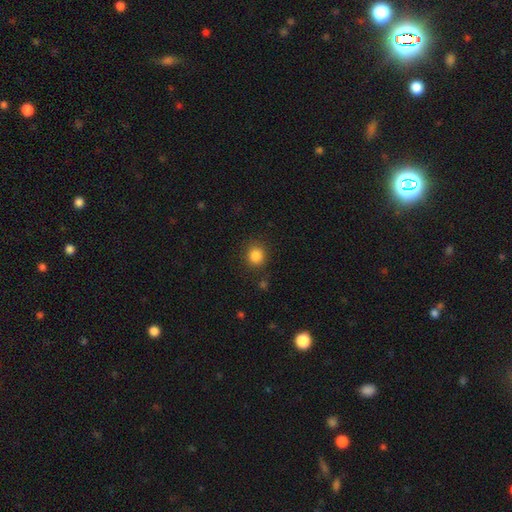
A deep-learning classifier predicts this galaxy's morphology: Q: Smooth or featured?
A: smooth (85%); runner-up: star or artifact (11%)
Q: How rounded?
A: round (87%); runner-up: in between (12%)
Q: Merging?
A: none (87%); runner-up: minor disturbance (8%)